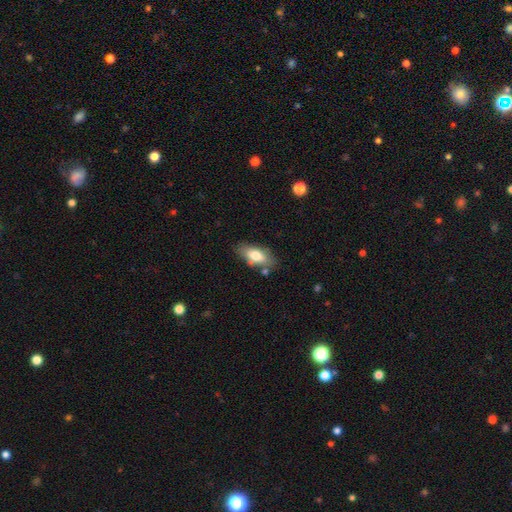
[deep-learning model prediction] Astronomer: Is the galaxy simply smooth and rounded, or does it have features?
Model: smooth — 74%.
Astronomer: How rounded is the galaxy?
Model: in between — 82%.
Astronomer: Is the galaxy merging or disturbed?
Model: none — 75%.